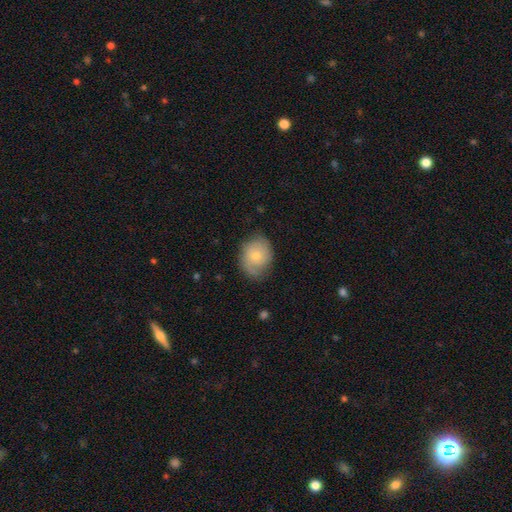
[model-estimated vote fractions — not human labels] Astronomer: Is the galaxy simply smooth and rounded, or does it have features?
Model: smooth — 58% (runner-up: featured or disk, 35%).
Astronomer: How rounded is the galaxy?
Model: round — 55% (runner-up: in between, 44%).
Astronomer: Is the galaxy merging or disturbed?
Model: none — 68%.